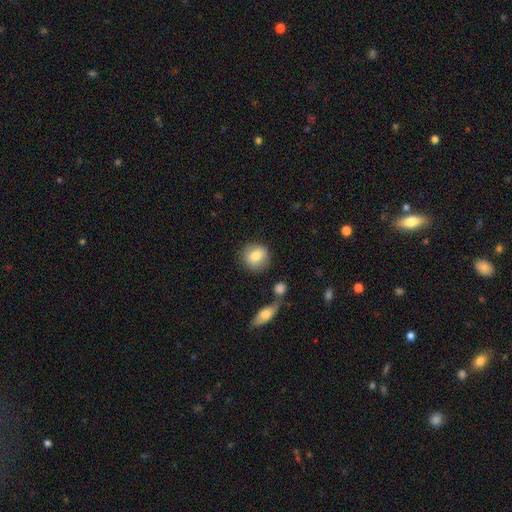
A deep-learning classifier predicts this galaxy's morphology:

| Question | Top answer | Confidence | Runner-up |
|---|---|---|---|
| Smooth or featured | smooth | 82% | featured or disk (11%) |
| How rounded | round | 85% | in between (13%) |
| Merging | none | 82% | minor disturbance (10%) |